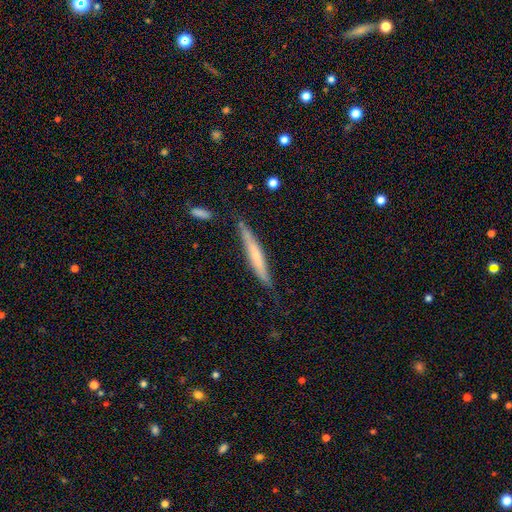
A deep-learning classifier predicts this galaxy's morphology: smooth-or-featured: smooth: 55% | featured or disk: 39% | star or artifact: 6%
  how-rounded: cigar-shaped: 95% | in between: 4% | round: 1%
  merging: none: 76% | minor disturbance: 18% | merger: 3% | major disturbance: 3%